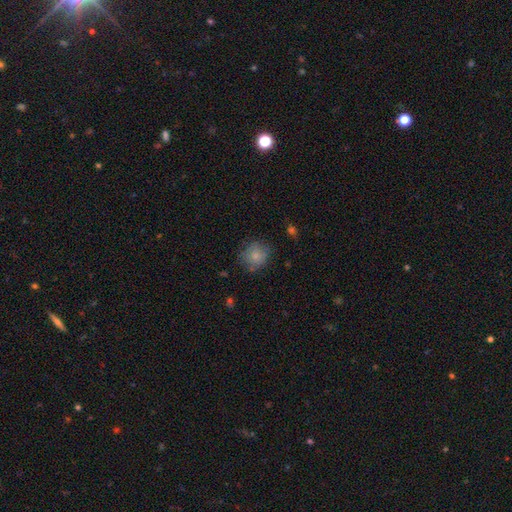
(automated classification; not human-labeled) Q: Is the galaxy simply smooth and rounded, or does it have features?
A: smooth — 78%.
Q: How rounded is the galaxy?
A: round — 82%.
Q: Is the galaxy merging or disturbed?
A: none — 72%.